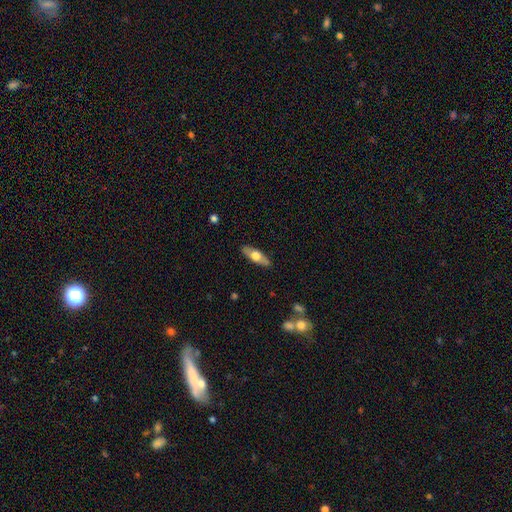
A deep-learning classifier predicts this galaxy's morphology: Overall: smooth (56%; featured or disk 38%). How rounded: in between (57%; cigar-shaped 41%). Merging: none (88%).